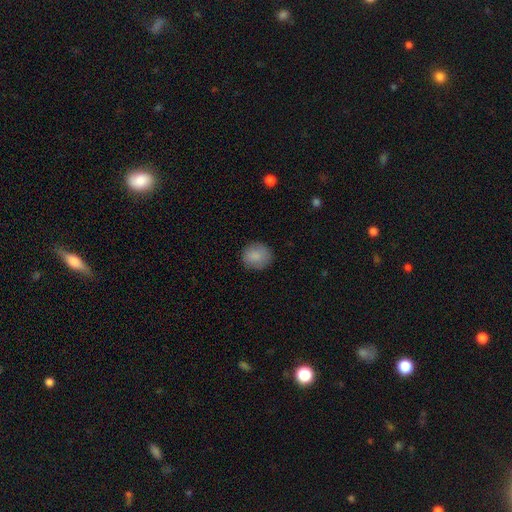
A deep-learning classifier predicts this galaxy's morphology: Q: Smooth or featured?
A: smooth (87%); runner-up: star or artifact (7%)
Q: How rounded?
A: round (81%); runner-up: in between (18%)
Q: Merging?
A: none (85%); runner-up: minor disturbance (11%)